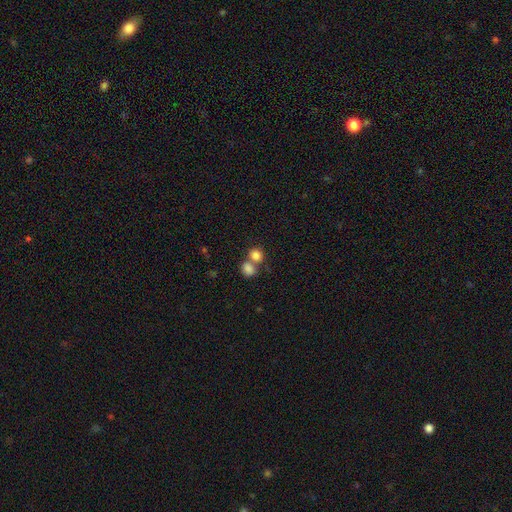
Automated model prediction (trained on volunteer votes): Q: Smooth or featured?
A: smooth (82%); runner-up: star or artifact (10%)
Q: How rounded?
A: round (72%); runner-up: in between (27%)
Q: Merging?
A: merger (52%); runner-up: none (38%)